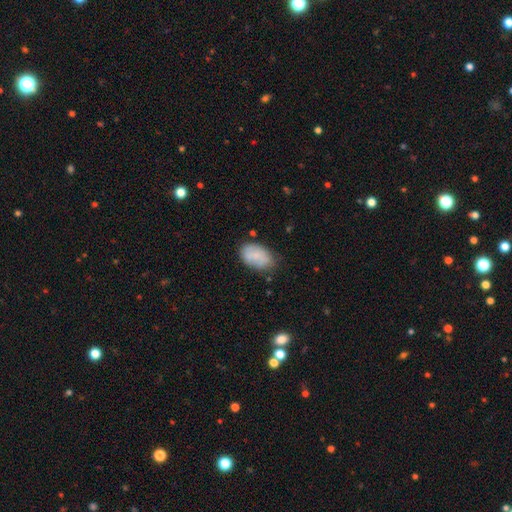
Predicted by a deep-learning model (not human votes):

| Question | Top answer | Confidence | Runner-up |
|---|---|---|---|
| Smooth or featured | smooth | 78% | featured or disk (15%) |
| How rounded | in between | 91% | round (8%) |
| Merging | none | 67% | minor disturbance (24%) |